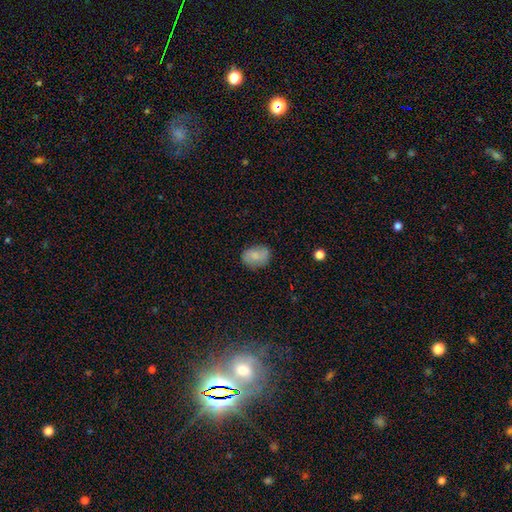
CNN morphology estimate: The model was most divided on "how rounded": in between: 66%, round: 33%, cigar-shaped: 1%. More confident: merging — none (80%); smooth or featured — smooth (74%).